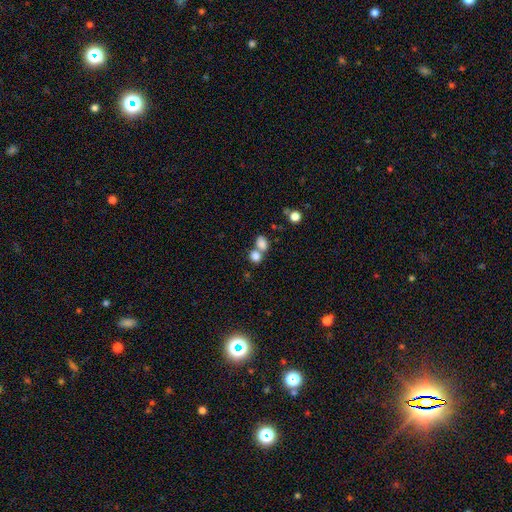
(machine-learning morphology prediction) Smooth or featured?
  - smooth: 81% *
  - star or artifact: 11%
  - featured or disk: 8%
How rounded?
  - in between: 50% *
  - round: 49%
  - cigar-shaped: 1%
Merging?
  - merger: 54% *
  - none: 35%
  - minor disturbance: 7%
  - major disturbance: 4%